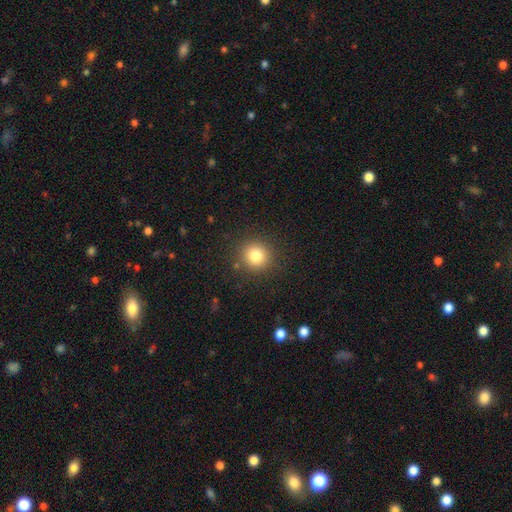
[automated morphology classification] type=smooth (81%); roundness=round (93%); merging=none (89%).